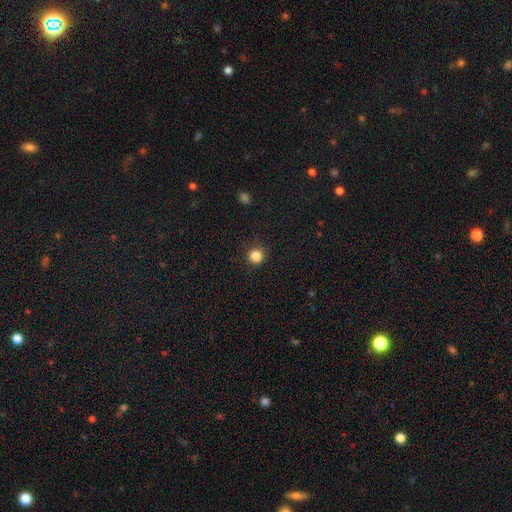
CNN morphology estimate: Overall: smooth (84%). How rounded: round (94%). Merging: none (90%).